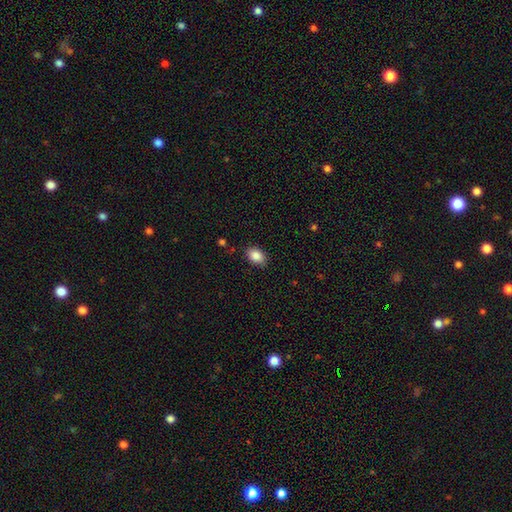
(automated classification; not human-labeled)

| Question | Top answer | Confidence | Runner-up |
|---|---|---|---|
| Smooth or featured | smooth | 87% | star or artifact (8%) |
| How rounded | in between | 83% | round (16%) |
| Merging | none | 85% | minor disturbance (11%) |